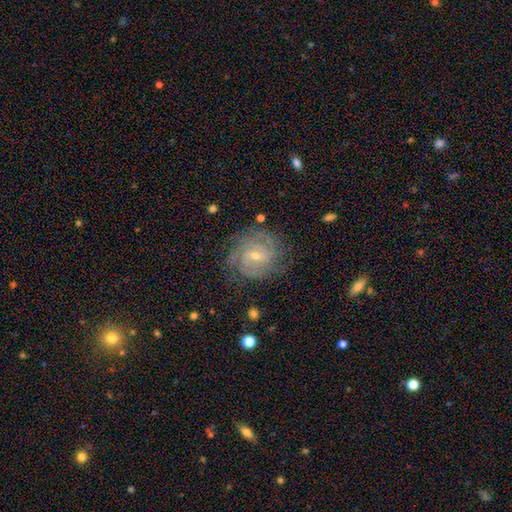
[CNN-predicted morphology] A featured or disk galaxy (88%) with a weak bar (50%), 2 (25%) tight (70%) spiral arms (97%) and a small central bulge (64%). Merging: none (77%).